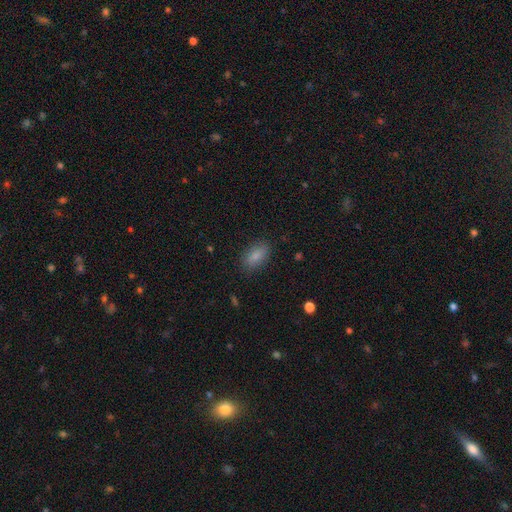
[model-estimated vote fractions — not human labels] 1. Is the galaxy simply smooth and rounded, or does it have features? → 86% smooth, 8% star or artifact, 6% featured or disk.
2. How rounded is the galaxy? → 89% in between, 6% cigar-shaped, 5% round.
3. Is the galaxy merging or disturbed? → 84% none, 12% minor disturbance, 3% major disturbance, 1% merger.